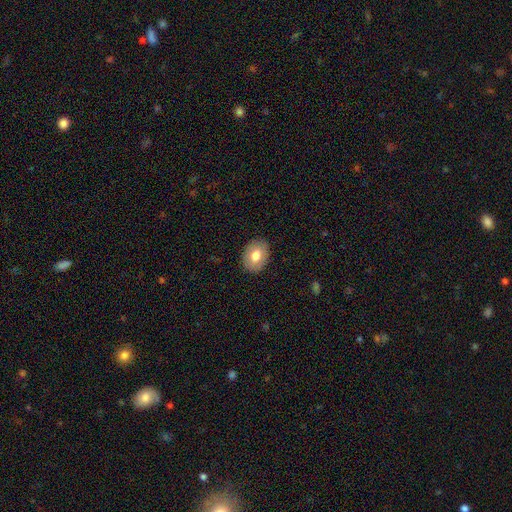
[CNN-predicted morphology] smooth 76%, featured or disk 17%, star or artifact 7%. Down the decision tree: how rounded — in between (66%); merging — none (88%).